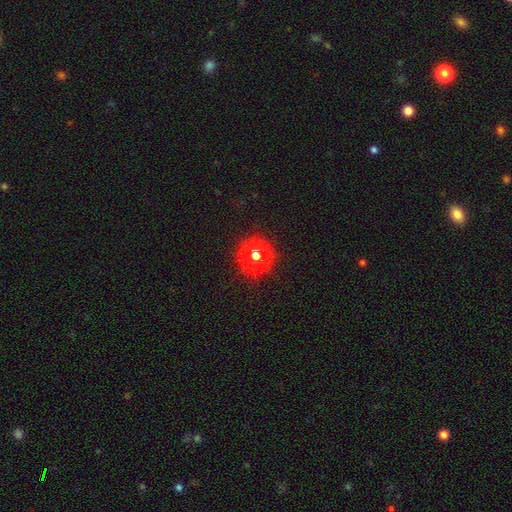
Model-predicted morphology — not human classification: The model was most divided on "smooth or featured": star or artifact: 47%, smooth: 45%, featured or disk: 9%.